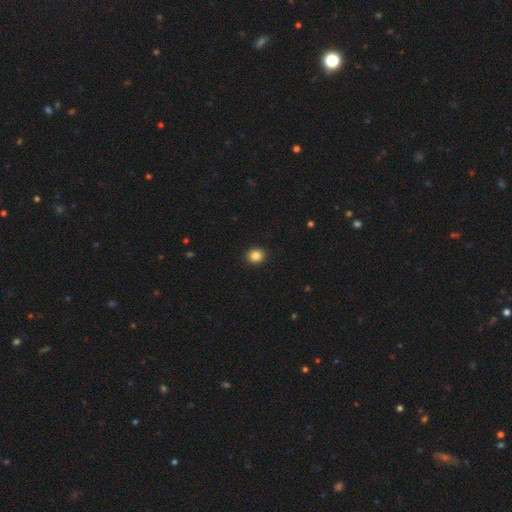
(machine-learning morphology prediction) A smooth galaxy with no disk features (86%) that is round (77%). Merging: none (93%).